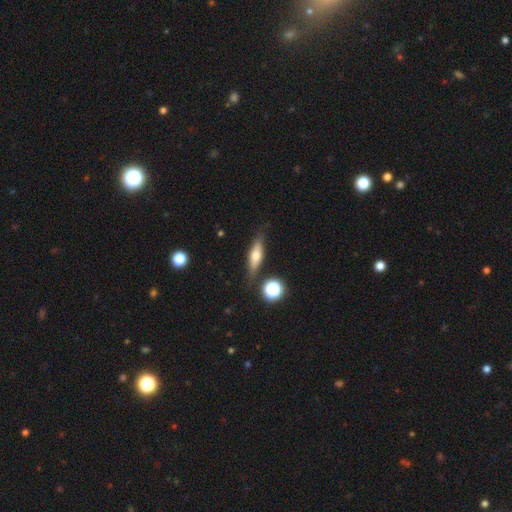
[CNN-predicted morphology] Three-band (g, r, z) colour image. It shows a smooth galaxy with no disk features (53%) that is cigar-shaped (56%). Merging: none (81%).